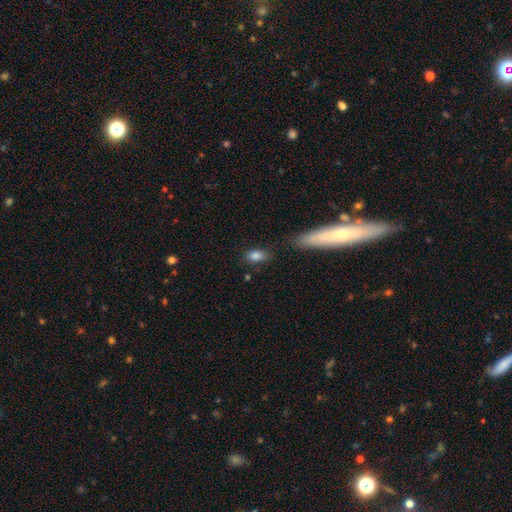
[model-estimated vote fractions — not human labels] Smooth or featured: smooth — 84% (star or artifact — 9%)
How rounded: in between — 85% (round — 11%)
Merging: none — 72% (minor disturbance — 18%)